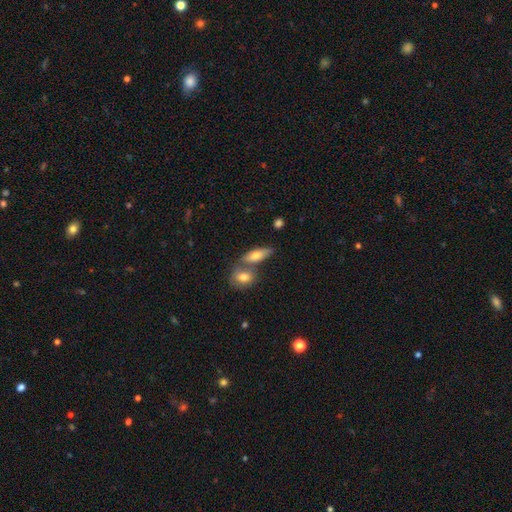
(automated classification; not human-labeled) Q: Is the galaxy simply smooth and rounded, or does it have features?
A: smooth — 69%.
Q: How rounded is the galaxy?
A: in between — 64%.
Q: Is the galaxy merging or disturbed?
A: none — 44%.